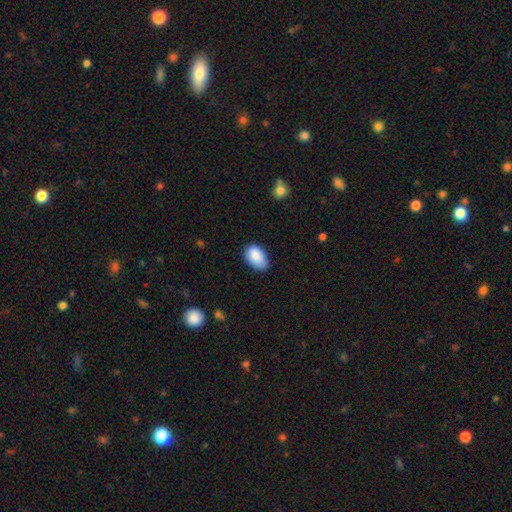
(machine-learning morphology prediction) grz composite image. It shows a smooth galaxy with no disk features (88%) that is in between round and cigar-shaped (91%). Merging: none (65%).